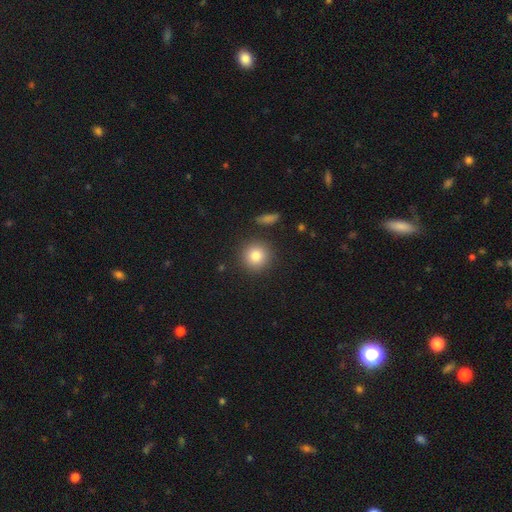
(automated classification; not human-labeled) Smooth or featured?
  - smooth: 83% *
  - star or artifact: 10%
  - featured or disk: 8%
How rounded?
  - round: 93% *
  - in between: 6%
  - cigar-shaped: 1%
Merging?
  - none: 88% *
  - minor disturbance: 7%
  - merger: 3%
  - major disturbance: 2%